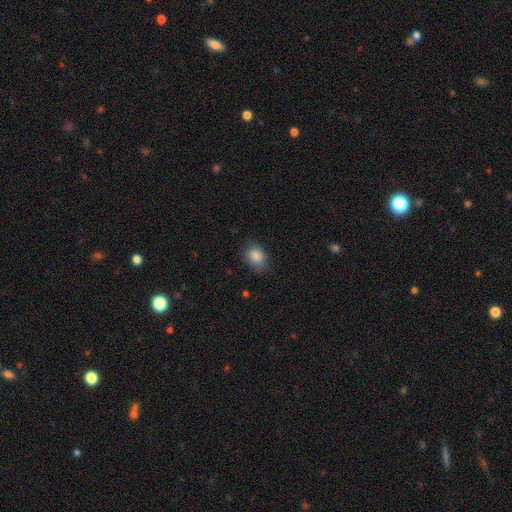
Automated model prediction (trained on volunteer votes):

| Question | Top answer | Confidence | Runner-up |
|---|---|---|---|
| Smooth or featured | smooth | 86% | star or artifact (9%) |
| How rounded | in between | 64% | round (35%) |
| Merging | none | 74% | minor disturbance (20%) |